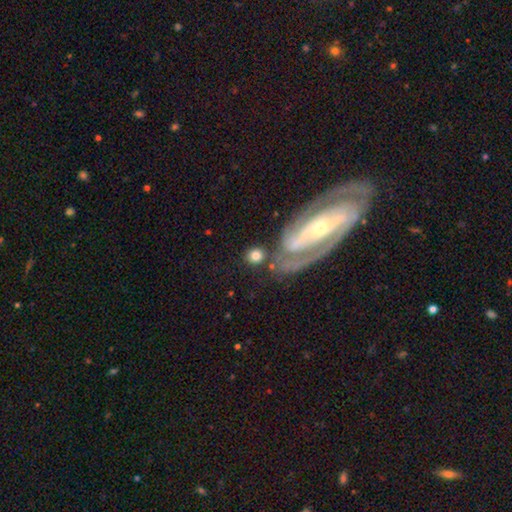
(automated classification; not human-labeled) The model was most divided on "merging": none: 71%, merger: 13%, minor disturbance: 10%, major disturbance: 6%. More confident: how rounded — round (85%); smooth or featured — smooth (77%).